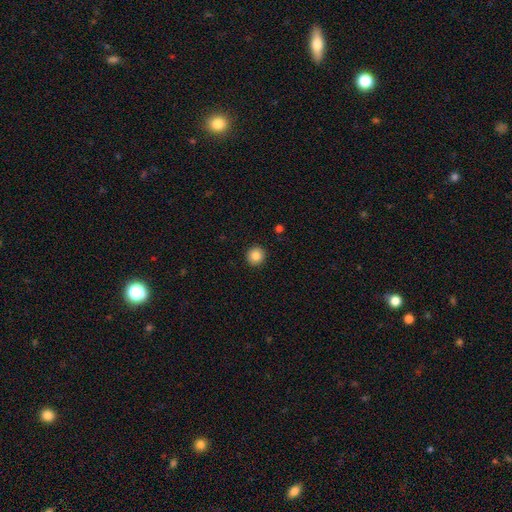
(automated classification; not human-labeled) Overall: smooth (84%). How rounded: round (94%). Merging: none (93%).